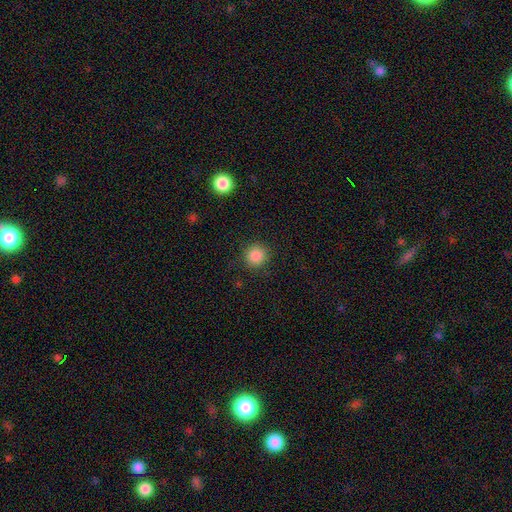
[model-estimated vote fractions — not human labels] Smooth or featured? smooth (87%)
How rounded? round (94%)
Merging? none (90%)